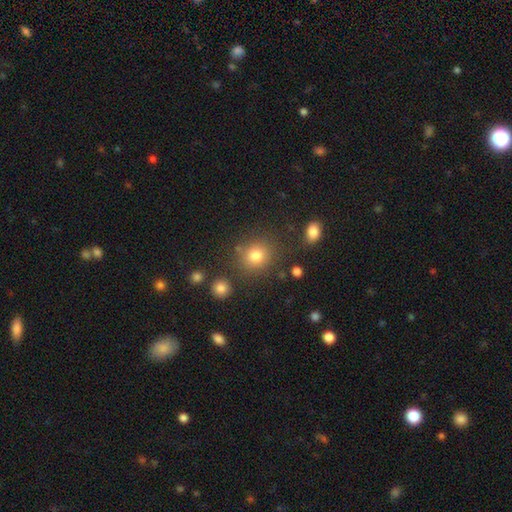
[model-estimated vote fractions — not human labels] A smooth galaxy with no disk features (79%) that is round (82%). Merging: none (80%).